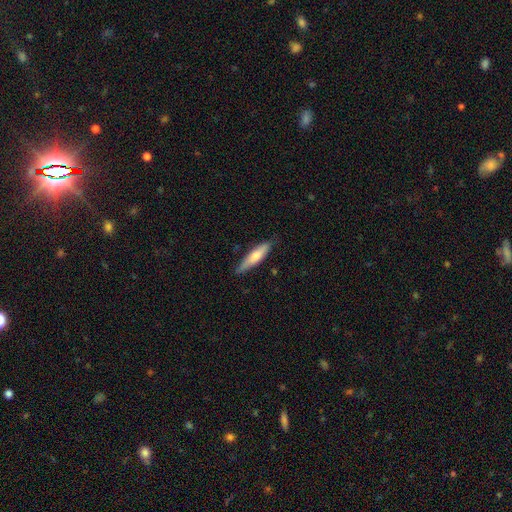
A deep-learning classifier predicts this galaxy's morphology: Q: Smooth or featured?
A: smooth (66%); runner-up: featured or disk (28%)
Q: How rounded?
A: cigar-shaped (76%); runner-up: in between (23%)
Q: Merging?
A: none (79%); runner-up: minor disturbance (17%)